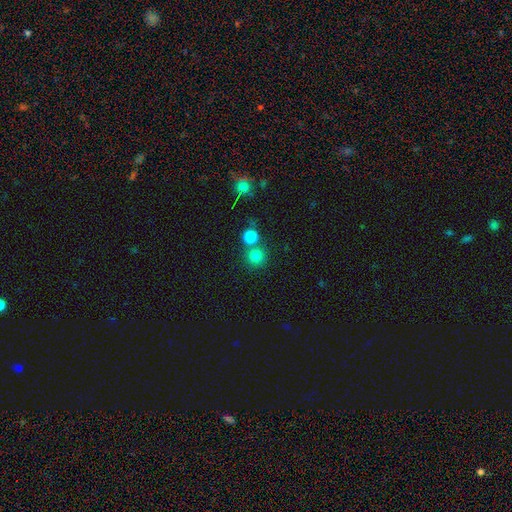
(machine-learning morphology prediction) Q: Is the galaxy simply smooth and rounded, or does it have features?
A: smooth — 77%.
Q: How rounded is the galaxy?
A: round — 92%.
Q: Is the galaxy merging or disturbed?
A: none — 67%.